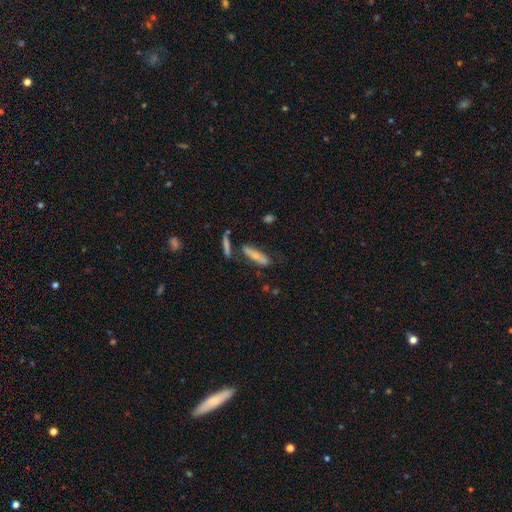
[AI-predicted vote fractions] Smooth or featured? Predicted: smooth (p=0.61). How rounded? Predicted: cigar-shaped (p=0.69). Merging? Predicted: none (p=0.59).